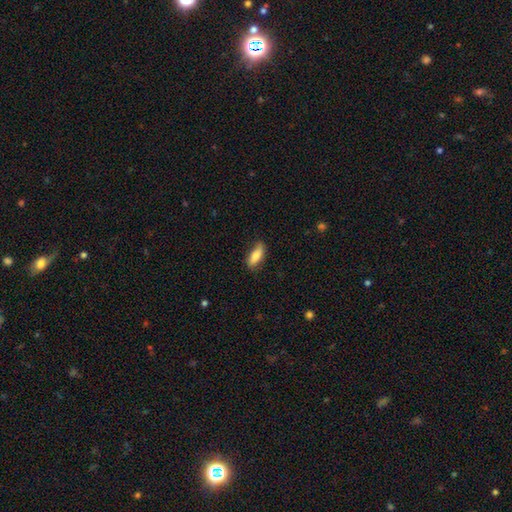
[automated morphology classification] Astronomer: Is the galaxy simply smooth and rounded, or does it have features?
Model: smooth — 77%.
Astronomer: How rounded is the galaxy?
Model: in between — 72%.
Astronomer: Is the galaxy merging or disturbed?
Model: none — 77%.